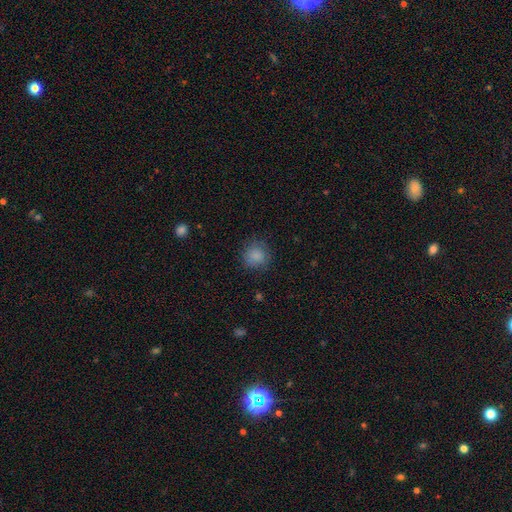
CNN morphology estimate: This is clearly a smooth galaxy (86%). How rounded: clearly round (91%). Merging: clearly none (82%).